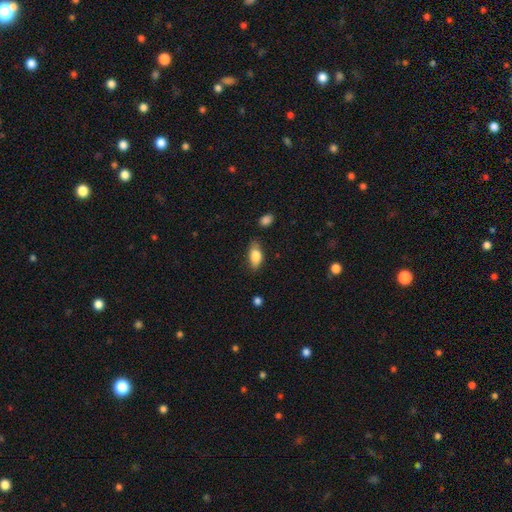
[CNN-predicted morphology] This is clearly a smooth galaxy (81%). How rounded: clearly in between (88%). Merging: likely none (71%).